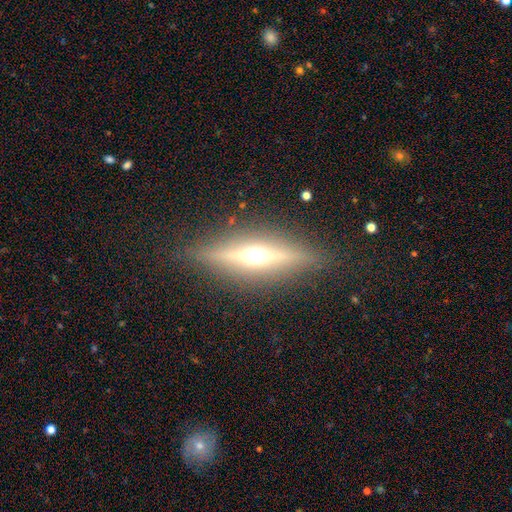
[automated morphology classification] A featured or disk galaxy (76%) viewed edge-on (95%) with a rounded central bulge (94%).

Vote fractions:
- Smooth or featured? featured or disk: 76% / smooth: 16% / star or artifact: 9%
- Edge-on disk? yes: 95% / no: 5%
- Edge-on bulge? rounded: 94% / boxy: 4% / none: 2%
- Merging? none: 87% / minor disturbance: 8% / major disturbance: 3% / merger: 1%